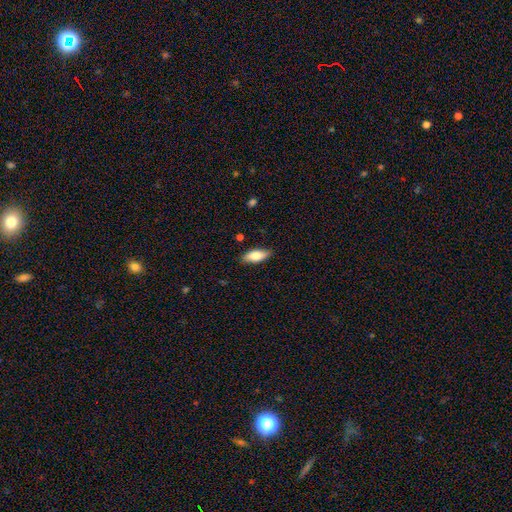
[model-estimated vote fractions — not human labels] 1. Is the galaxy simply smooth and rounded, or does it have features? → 78% smooth, 15% featured or disk, 6% star or artifact.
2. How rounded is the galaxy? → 76% in between, 21% cigar-shaped, 2% round.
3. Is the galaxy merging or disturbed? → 84% none, 12% minor disturbance, 2% major disturbance, 1% merger.